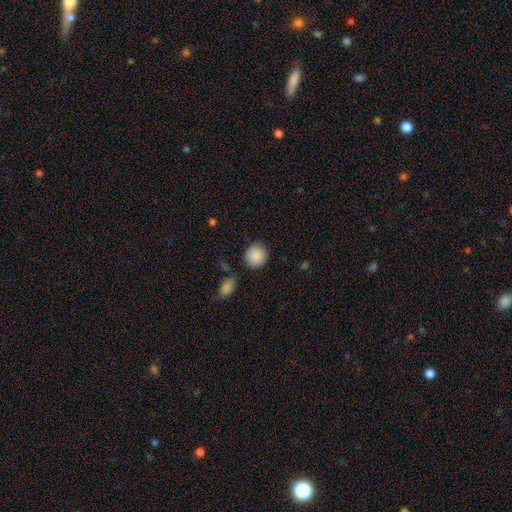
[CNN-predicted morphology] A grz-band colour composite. It shows a smooth galaxy with no disk features (89%) that is round (91%). Merging: none (87%).